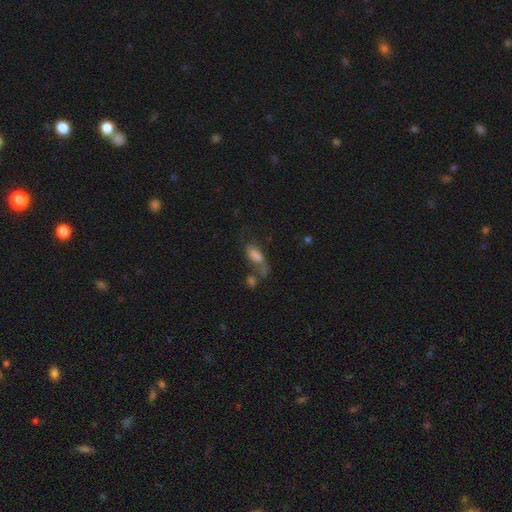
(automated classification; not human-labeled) The model was most divided on "merging": merger: 30%, none: 28%, major disturbance: 25%, minor disturbance: 17%. More confident: how rounded — in between (79%); smooth or featured — smooth (68%).